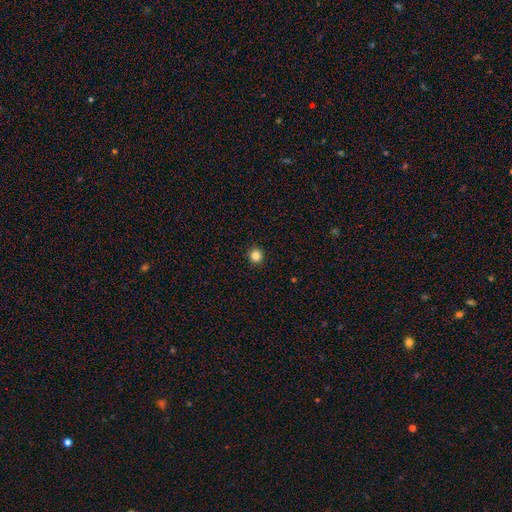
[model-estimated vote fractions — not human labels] smooth-or-featured: smooth: 84% | star or artifact: 12% | featured or disk: 4%
  how-rounded: round: 95% | in between: 4% | cigar-shaped: 1%
  merging: none: 93% | minor disturbance: 5% | major disturbance: 2% | merger: 1%